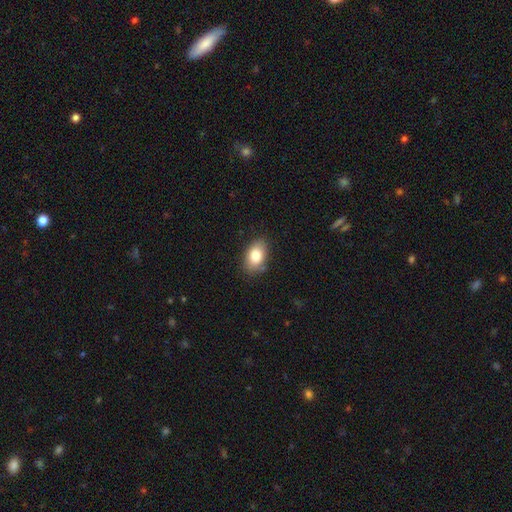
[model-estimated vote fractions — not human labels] Smooth or featured?
  - smooth: 82% *
  - featured or disk: 10%
  - star or artifact: 8%
How rounded?
  - in between: 88% *
  - round: 10%
  - cigar-shaped: 1%
Merging?
  - none: 82% *
  - minor disturbance: 13%
  - major disturbance: 3%
  - merger: 2%